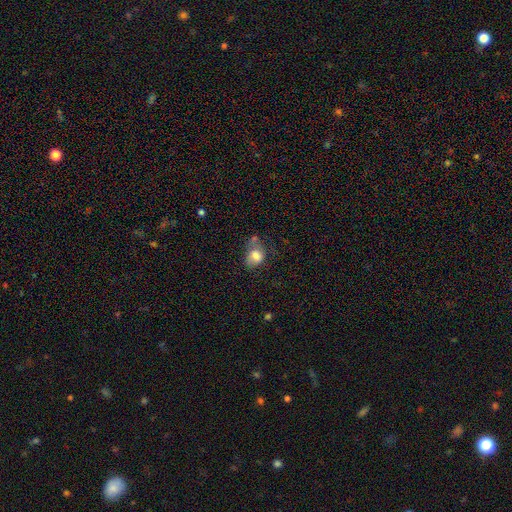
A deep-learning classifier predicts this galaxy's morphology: This appears to be a smooth galaxy with no disk features (75%) that is in between round and cigar-shaped (59%). Merging: none (34%).